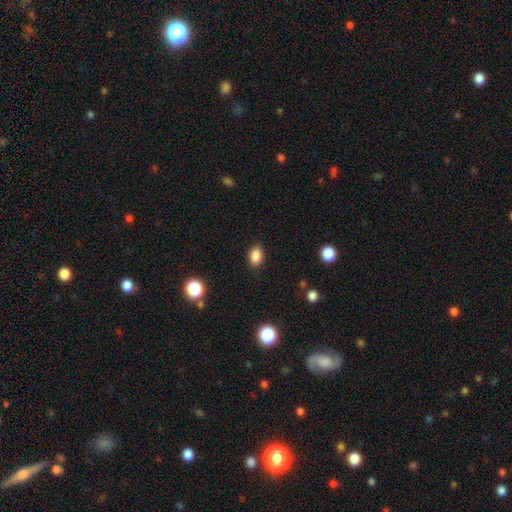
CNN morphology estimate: Smooth or featured? Predicted: smooth (p=0.87). How rounded? Predicted: in between (p=0.84). Merging? Predicted: none (p=0.86).